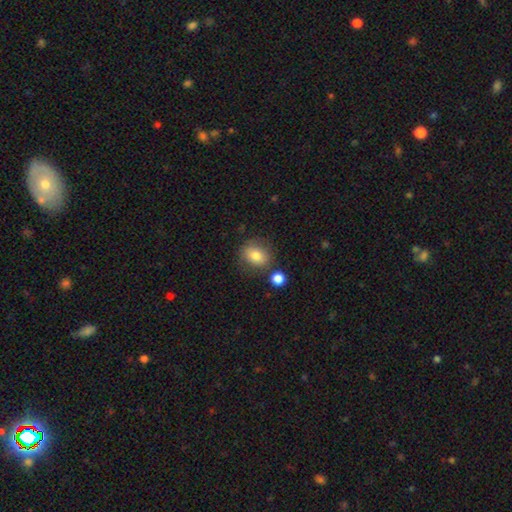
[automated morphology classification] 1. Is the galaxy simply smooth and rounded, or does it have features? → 80% smooth, 10% featured or disk, 10% star or artifact.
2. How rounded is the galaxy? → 50% round, 49% in between, 1% cigar-shaped.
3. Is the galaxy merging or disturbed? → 74% none, 14% minor disturbance, 8% merger, 4% major disturbance.